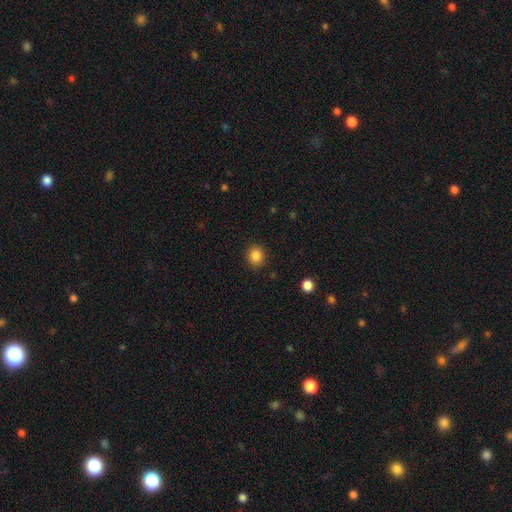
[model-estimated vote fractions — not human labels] Smooth or featured? Predicted: smooth (p=0.85). How rounded? Predicted: round (p=0.77). Merging? Predicted: none (p=0.90).